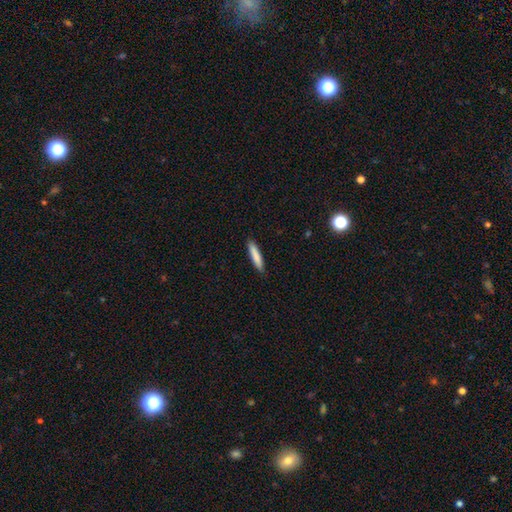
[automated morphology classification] smooth 84%, featured or disk 10%, star or artifact 6%. Down the decision tree: how rounded — cigar-shaped (89%); merging — none (89%).